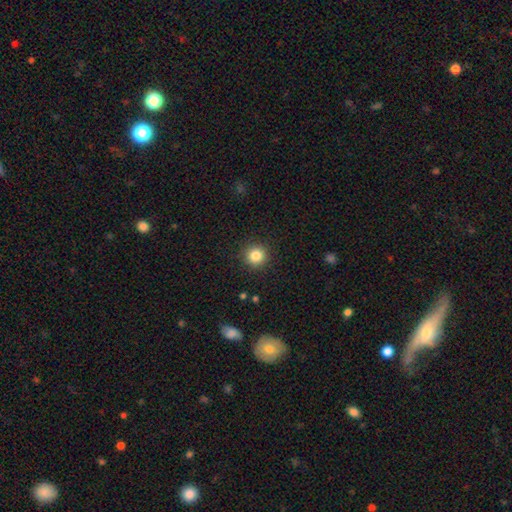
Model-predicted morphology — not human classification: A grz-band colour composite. It shows a smooth galaxy with no disk features (84%) that is round (94%). Merging: none (91%).